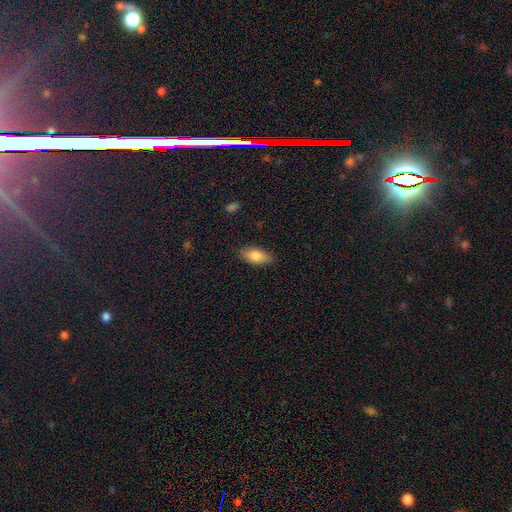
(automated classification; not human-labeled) Smooth or featured? smooth (82%)
How rounded? in between (88%)
Merging? none (85%)